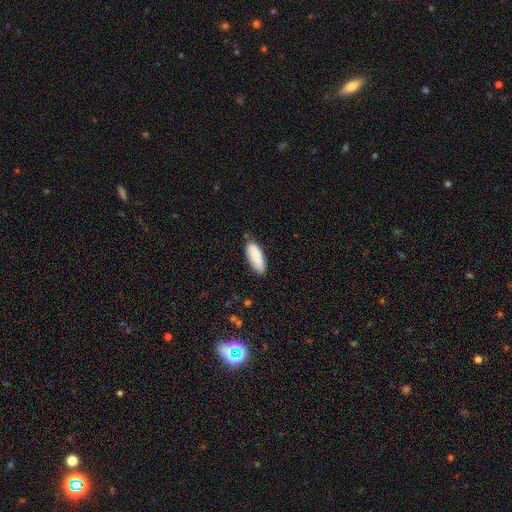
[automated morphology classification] smooth_or_featured: smooth (p=0.87) [alt: featured or disk p=0.07]
how_rounded: in between (p=0.74) [alt: cigar-shaped p=0.24]
merging: none (p=0.77) [alt: minor disturbance p=0.18]